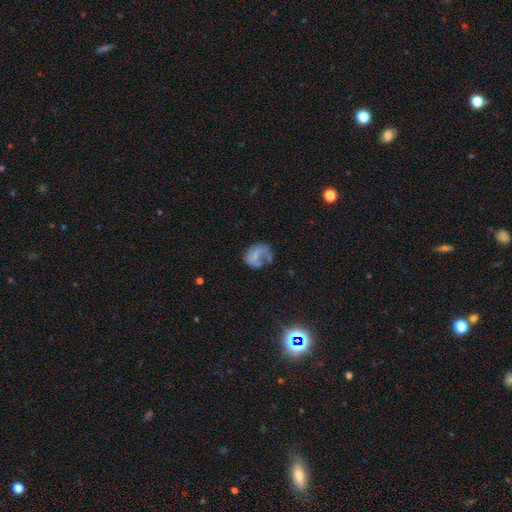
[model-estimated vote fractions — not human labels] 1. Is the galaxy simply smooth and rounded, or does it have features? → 44% smooth (tied), 44% featured or disk (tied), 12% star or artifact.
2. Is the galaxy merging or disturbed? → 38% major disturbance, 34% none, 23% minor disturbance, 5% merger.